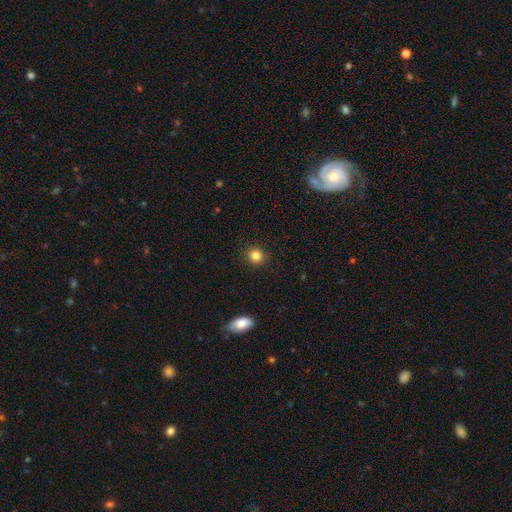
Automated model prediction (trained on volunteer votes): This is clearly a smooth galaxy (84%). How rounded: clearly round (87%). Merging: clearly none (91%).